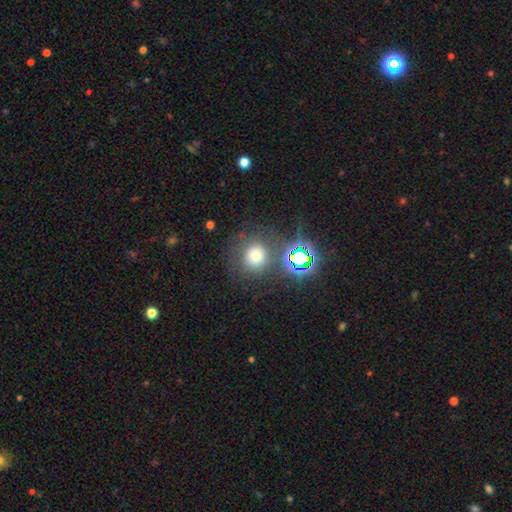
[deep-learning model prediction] Smooth or featured? smooth (62%)
How rounded? round (89%)
Merging? none (73%)